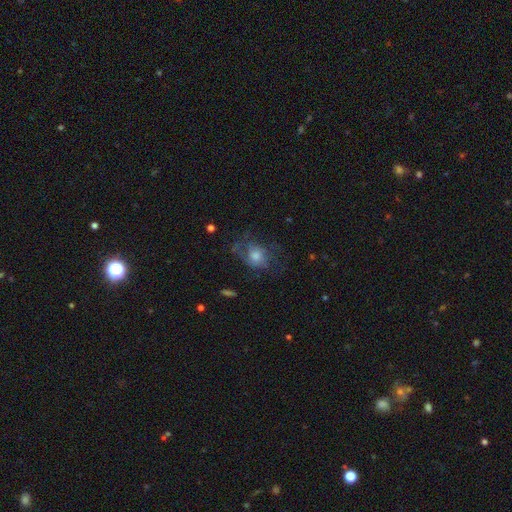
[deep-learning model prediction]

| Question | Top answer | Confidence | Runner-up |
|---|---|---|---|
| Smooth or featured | smooth | 46% | featured or disk (40%) |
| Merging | none | 50% | major disturbance (26%) |